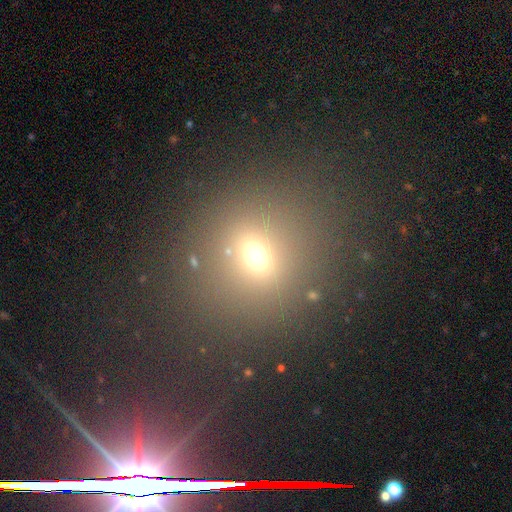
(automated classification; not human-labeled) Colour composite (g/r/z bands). It shows a smooth galaxy with no disk features (63%) that is round (74%). Merging: none (78%).